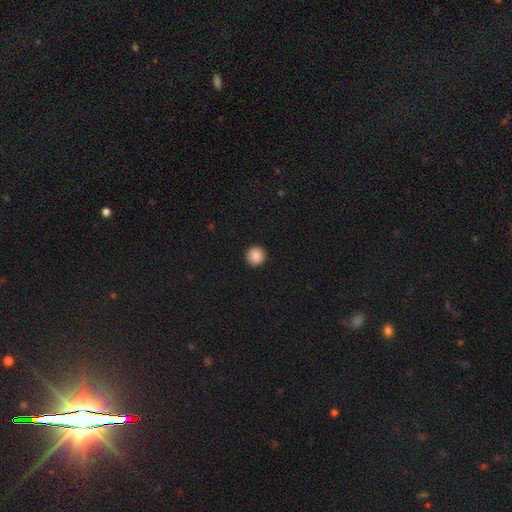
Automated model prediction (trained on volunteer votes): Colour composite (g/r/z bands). It shows a smooth galaxy with no disk features (89%) that is round (95%). Merging: none (93%).